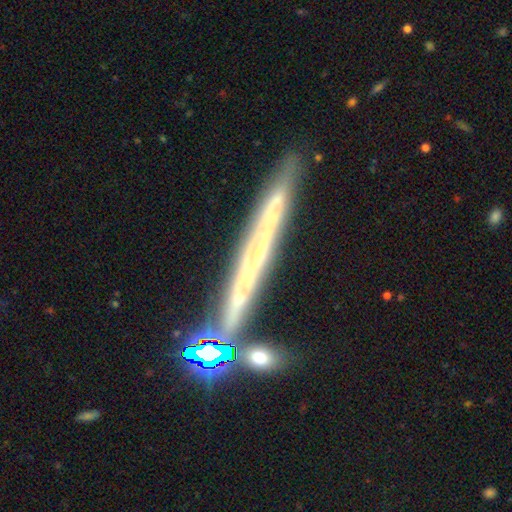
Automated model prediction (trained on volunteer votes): This appears to be a featured or disk galaxy (63%) viewed edge-on (91%) with no central bulge (79%). Merging: none (78%).